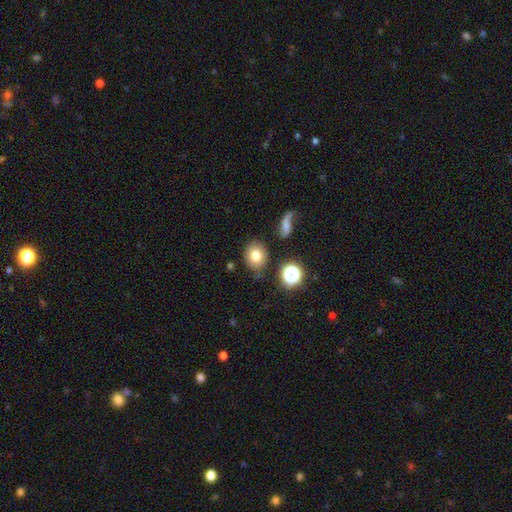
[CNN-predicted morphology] Smooth or featured?
  - smooth: 77% *
  - star or artifact: 12%
  - featured or disk: 10%
How rounded?
  - round: 70% *
  - in between: 29%
  - cigar-shaped: 1%
Merging?
  - none: 78% *
  - minor disturbance: 13%
  - merger: 5%
  - major disturbance: 4%